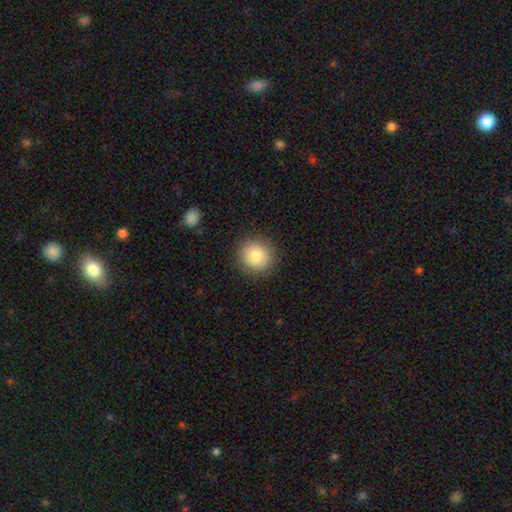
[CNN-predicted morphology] smooth_or_featured: smooth (p=0.83) [alt: star or artifact p=0.09]
how_rounded: round (p=0.90) [alt: in between p=0.09]
merging: none (p=0.89) [alt: minor disturbance p=0.07]